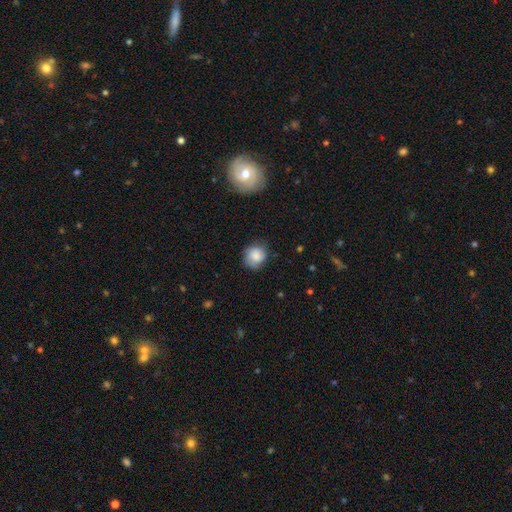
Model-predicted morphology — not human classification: Q: Smooth or featured?
A: smooth (80%); runner-up: featured or disk (12%)
Q: How rounded?
A: round (80%); runner-up: in between (19%)
Q: Merging?
A: none (71%); runner-up: minor disturbance (22%)